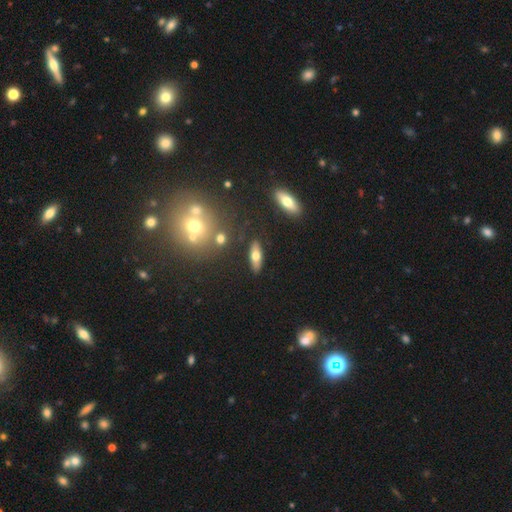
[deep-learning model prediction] A smooth galaxy with no disk features (60%) that is in between round and cigar-shaped (59%). Merging: none (85%).